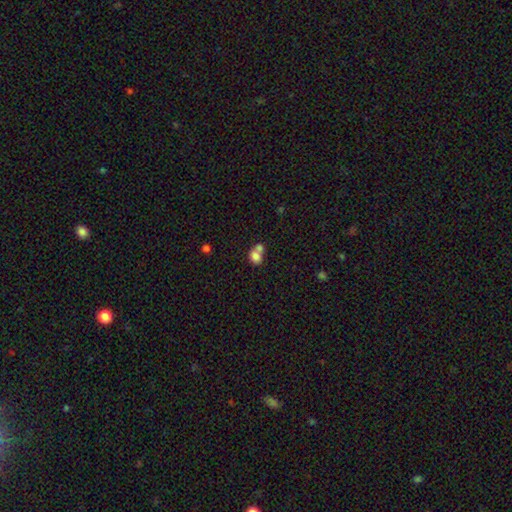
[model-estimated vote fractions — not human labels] smooth_or_featured: smooth (p=0.78) [alt: featured or disk p=0.12]
how_rounded: round (p=0.54) [alt: in between p=0.45]
merging: merger (p=0.61) [alt: none p=0.28]